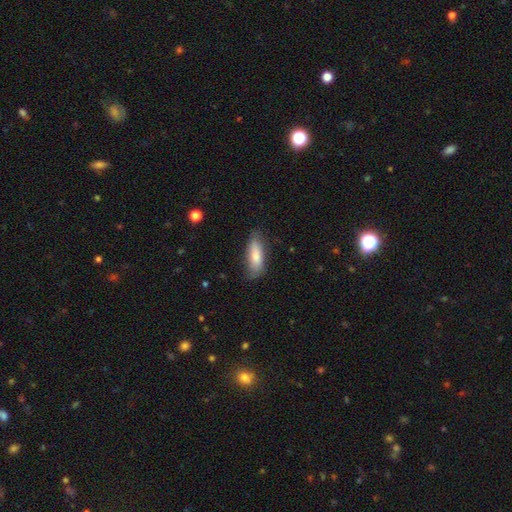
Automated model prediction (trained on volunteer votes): The model was most divided on "how rounded": in between: 60%, cigar-shaped: 38%, round: 2%. More confident: smooth or featured — smooth (79%); merging — none (75%).